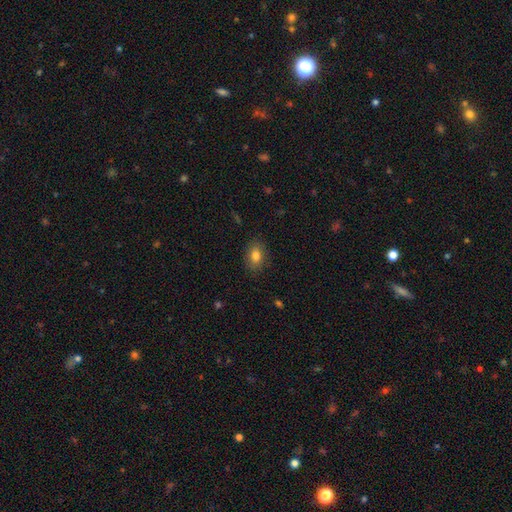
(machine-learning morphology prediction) smooth 82%, star or artifact 9%, featured or disk 9%. Down the decision tree: how rounded — in between (79%); merging — none (86%).